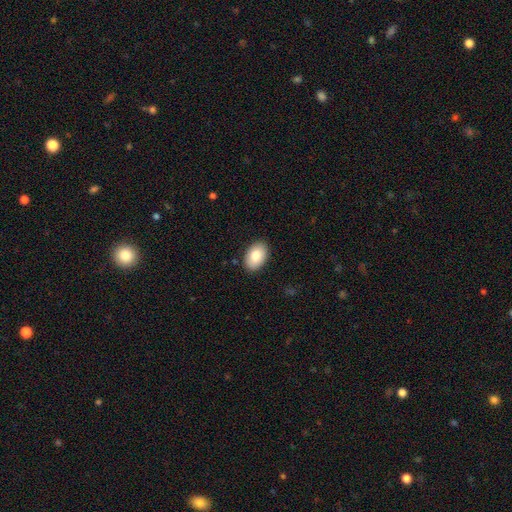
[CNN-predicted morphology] Overall: smooth (81%). How rounded: in between (89%). Merging: none (89%).